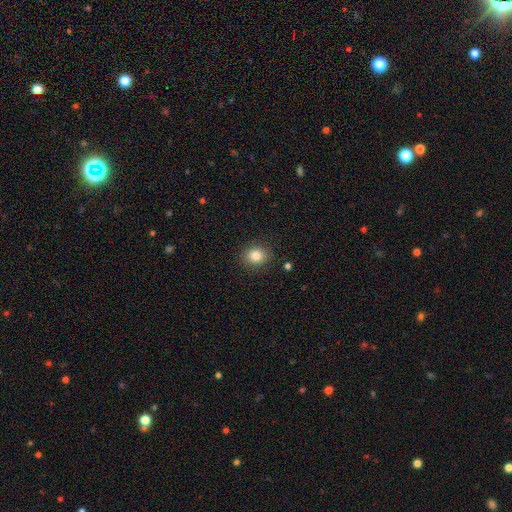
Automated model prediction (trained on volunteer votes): This is clearly a smooth galaxy (83%). How rounded: likely round (68%). Merging: clearly none (88%).